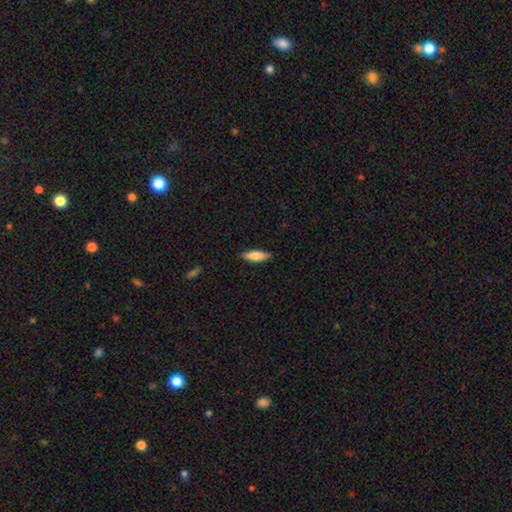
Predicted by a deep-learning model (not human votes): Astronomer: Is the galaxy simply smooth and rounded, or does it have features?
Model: smooth — 78%.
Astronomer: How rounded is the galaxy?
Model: cigar-shaped — 52% (runner-up: in between, 46%).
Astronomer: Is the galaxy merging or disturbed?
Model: none — 87%.